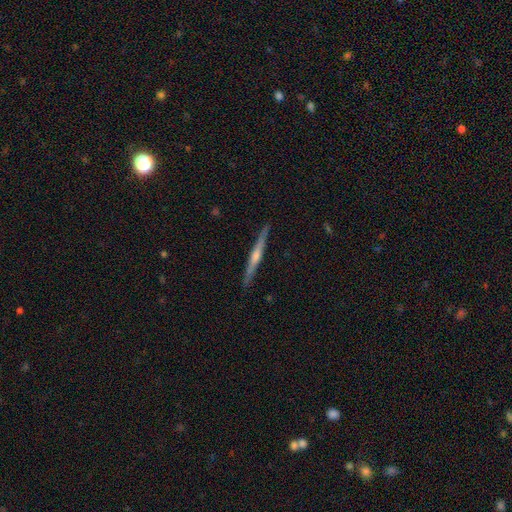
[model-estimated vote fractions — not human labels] This appears to be a featured or disk galaxy (78%) viewed edge-on (98%) with a rounded central bulge (81%). Merging: none (91%).